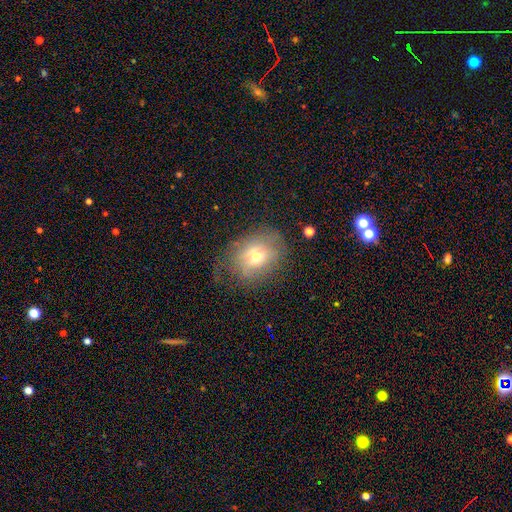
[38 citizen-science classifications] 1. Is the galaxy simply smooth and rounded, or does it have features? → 71% smooth, 21% featured or disk, 8% star or artifact.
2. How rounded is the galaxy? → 70% round, 30% in between, 0% cigar-shaped.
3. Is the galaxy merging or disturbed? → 63% none, 29% minor disturbance, 9% major disturbance, 0% merger.